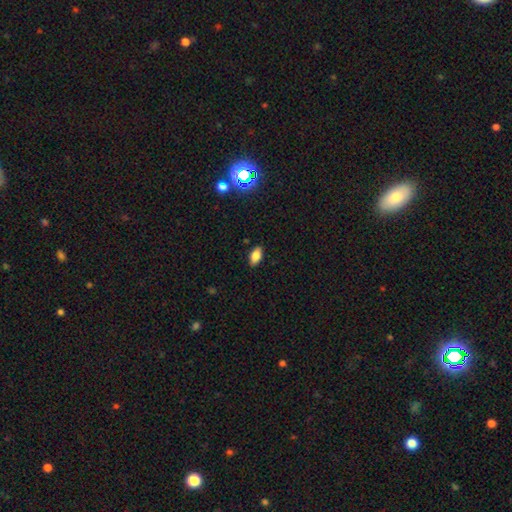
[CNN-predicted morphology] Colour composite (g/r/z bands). It shows a smooth galaxy with no disk features (80%) that is in between round and cigar-shaped (90%). Merging: none (88%).